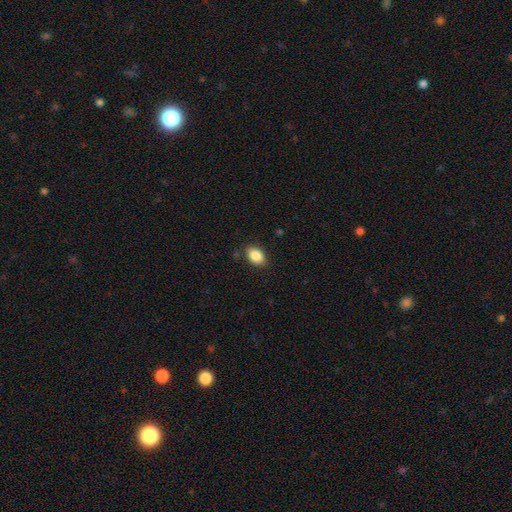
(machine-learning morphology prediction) Smooth or featured: smooth — 88% (star or artifact — 8%)
How rounded: in between — 87% (round — 12%)
Merging: none — 86% (minor disturbance — 10%)